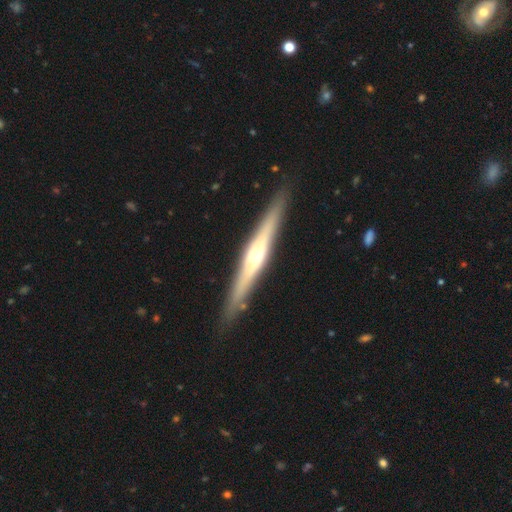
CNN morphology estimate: This is likely a featured or disk galaxy (71%). It is clearly viewed edge-on (95%). Edge-on bulge: clearly rounded (89%). Merging: clearly none (88%).